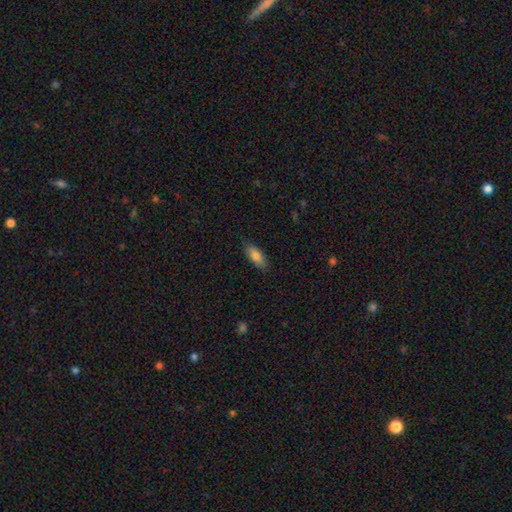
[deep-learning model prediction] smooth-or-featured: smooth: 81% | featured or disk: 12% | star or artifact: 7%
  how-rounded: in between: 73% | cigar-shaped: 25% | round: 2%
  merging: none: 85% | minor disturbance: 11% | major disturbance: 2% | merger: 1%